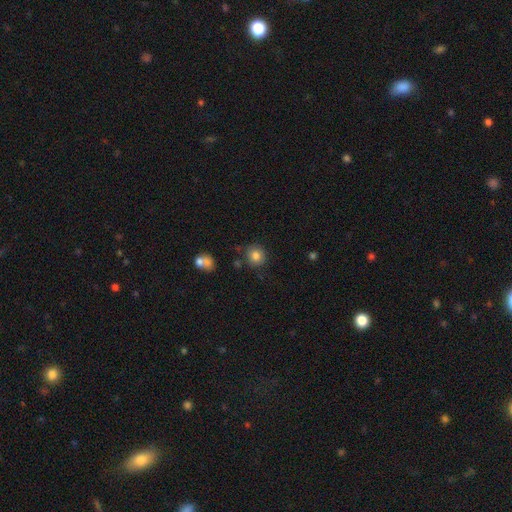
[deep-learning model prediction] Overall: smooth (82%). How rounded: round (87%). Merging: none (82%).